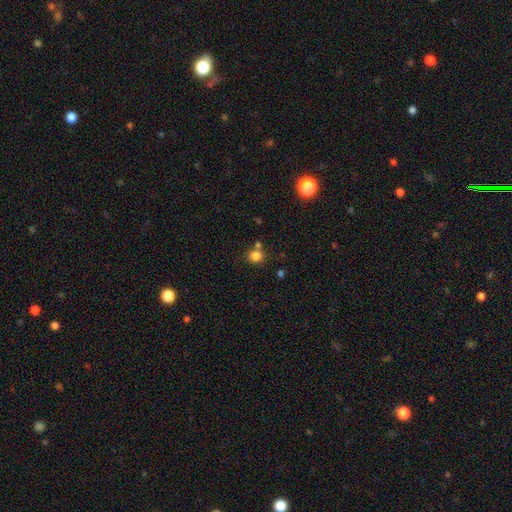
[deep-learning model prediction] Smooth or featured? Predicted: smooth (p=0.81). How rounded? Predicted: round (p=0.81). Merging? Predicted: none (p=0.68).